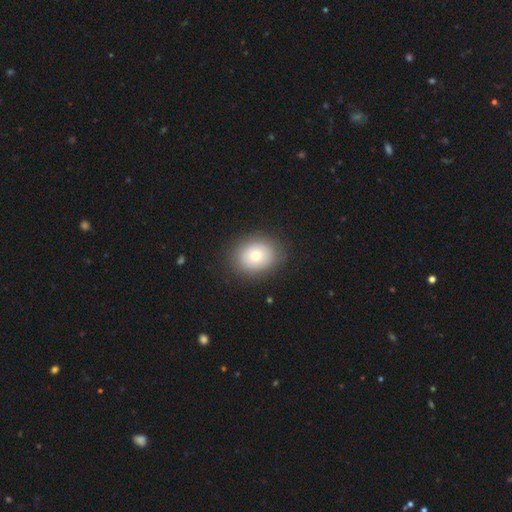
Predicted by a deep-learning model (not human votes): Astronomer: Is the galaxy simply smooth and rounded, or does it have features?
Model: smooth — 72%.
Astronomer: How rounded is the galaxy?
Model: round — 58% (runner-up: in between, 41%).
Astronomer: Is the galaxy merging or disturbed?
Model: none — 86%.